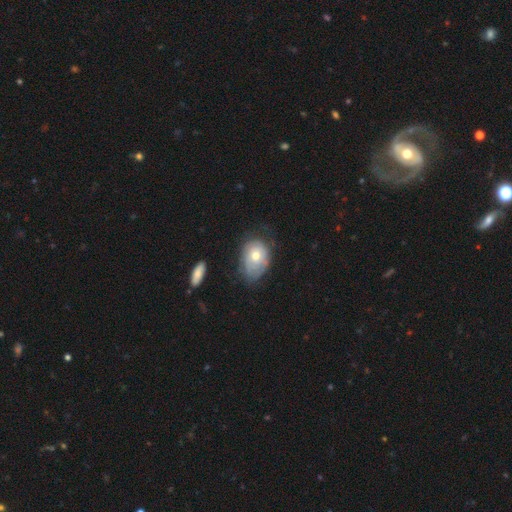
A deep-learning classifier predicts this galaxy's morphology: Smooth or featured: smooth — 49% (featured or disk — 44%)
Merging: none — 54% (minor disturbance — 30%)